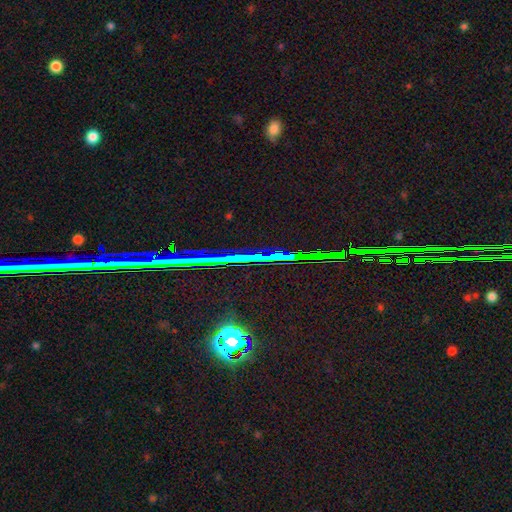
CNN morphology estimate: star or artifact 82%, featured or disk 10%, smooth 8%.